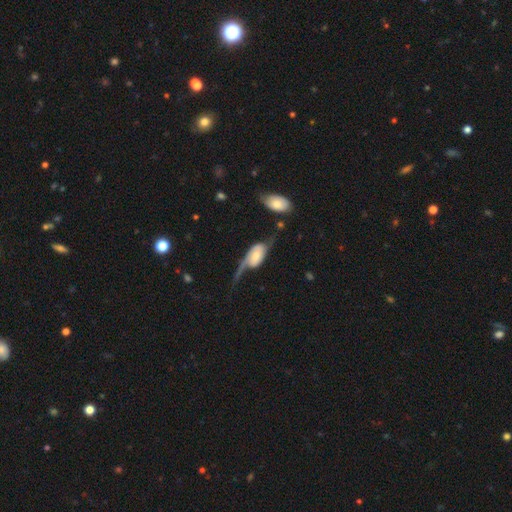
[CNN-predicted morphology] This is likely a featured or disk galaxy (63%). It is clearly not viewed edge-on (89%). Bar: possibly no (54%). Spiral arm pattern: clearly yes (81%). Central bulge: marginally moderate (37%). Merging: possibly major disturbance (46%).